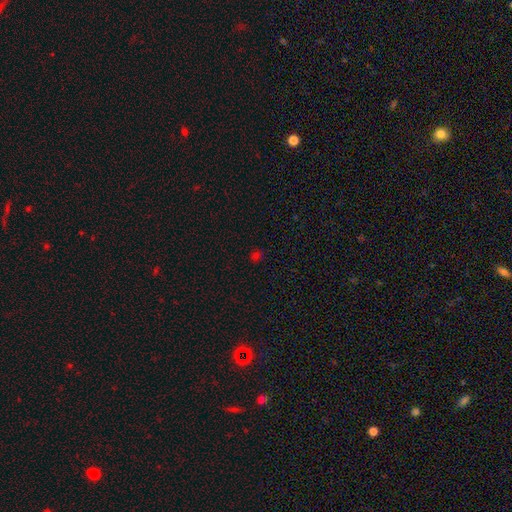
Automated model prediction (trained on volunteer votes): Smooth or featured? Predicted: smooth (p=0.59). How rounded? Predicted: round (p=0.78). Merging? Predicted: none (p=0.83).